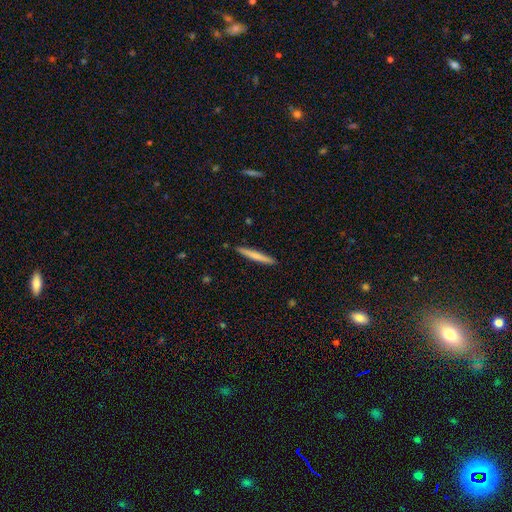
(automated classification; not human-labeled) This appears to be a smooth galaxy with no disk features (67%) that is cigar-shaped (96%). Merging: none (91%).